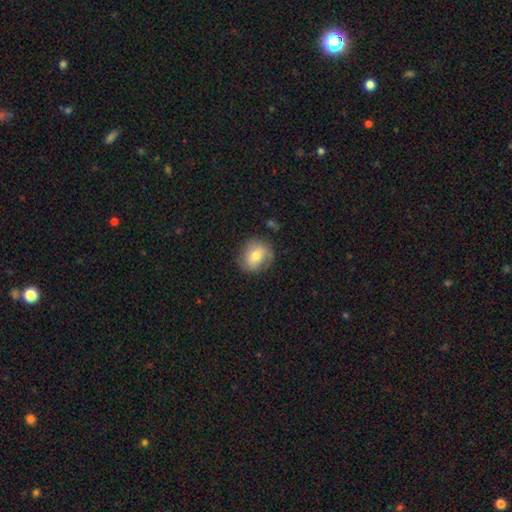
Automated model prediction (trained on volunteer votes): Smooth or featured? Predicted: smooth (p=0.64). How rounded? Predicted: round (p=0.73). Merging? Predicted: none (p=0.76).